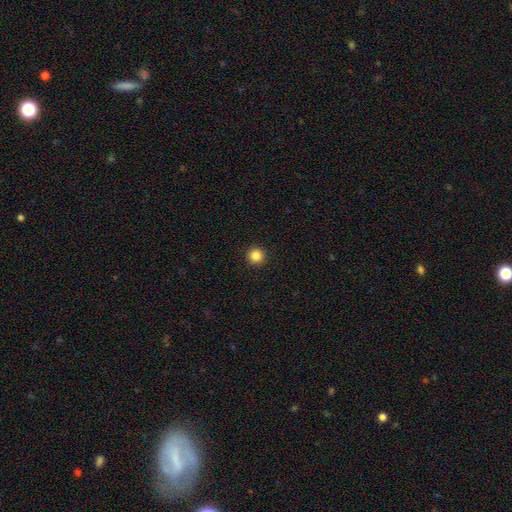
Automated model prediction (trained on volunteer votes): Overall: smooth (86%). How rounded: round (96%). Merging: none (94%).